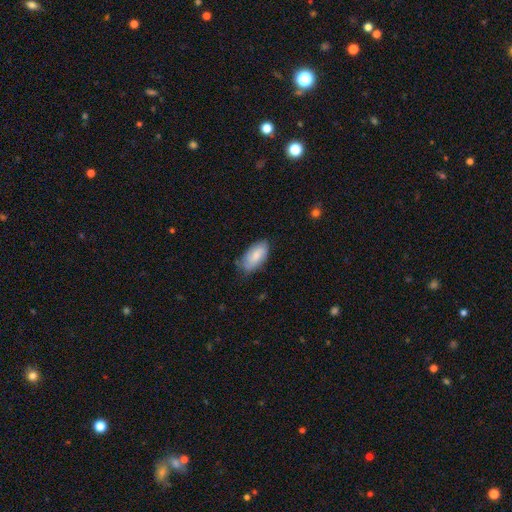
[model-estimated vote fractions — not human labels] Smooth or featured? smooth (77%)
How rounded? in between (93%)
Merging? none (68%)